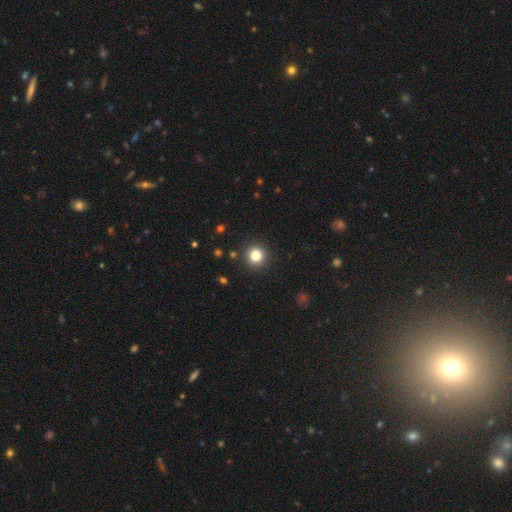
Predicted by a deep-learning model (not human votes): Smooth or featured? smooth (82%)
How rounded? round (90%)
Merging? none (91%)